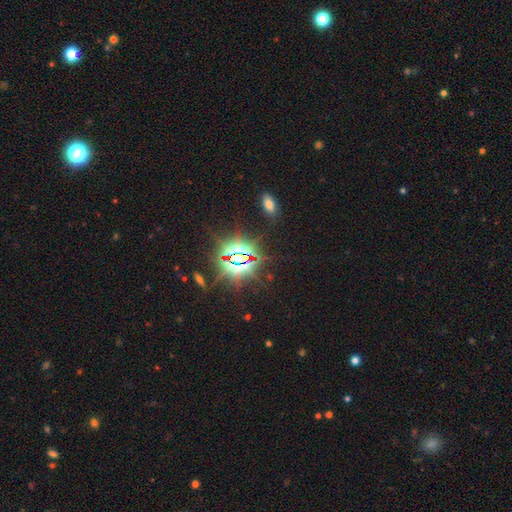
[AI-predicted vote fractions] Smooth or featured?
  - star or artifact: 82% *
  - smooth: 10%
  - featured or disk: 8%